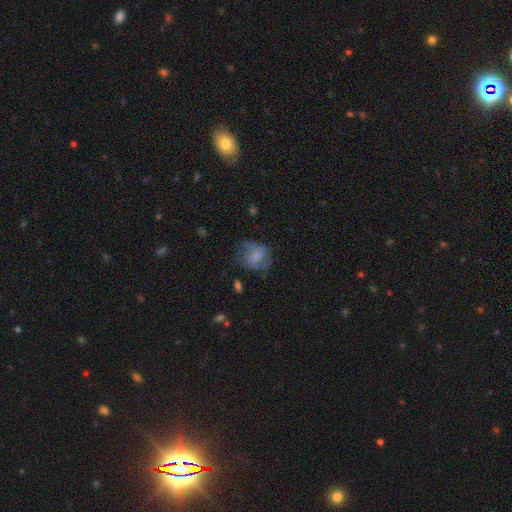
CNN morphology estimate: A smooth galaxy with no disk features (61%) that is round (59%).

Vote fractions:
- Smooth or featured? smooth: 61% / featured or disk: 29% / star or artifact: 10%
- How rounded? round: 59% / in between: 40% / cigar-shaped: 1%
- Merging? none: 45% / minor disturbance: 27% / major disturbance: 25% / merger: 2%